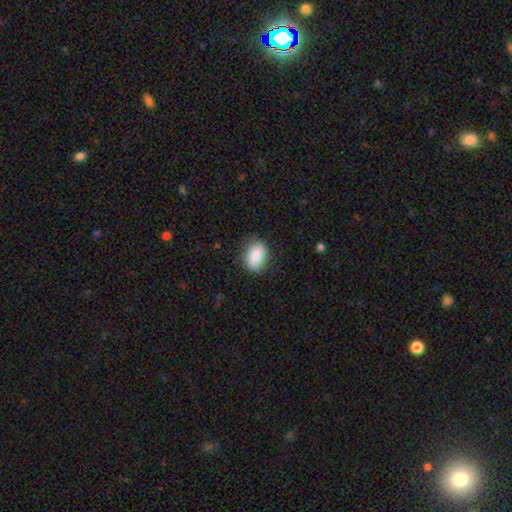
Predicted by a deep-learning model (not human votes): Morphology: type=smooth (85%); roundness=in between (81%); merging=none (79%).